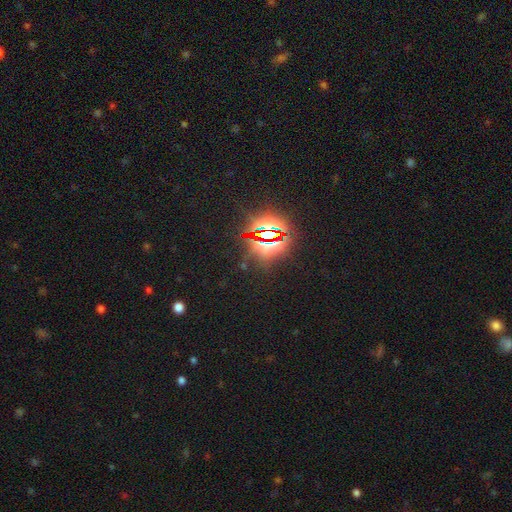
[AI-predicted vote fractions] The model was most divided on "smooth or featured": star or artifact: 84%, smooth: 9%, featured or disk: 7%.